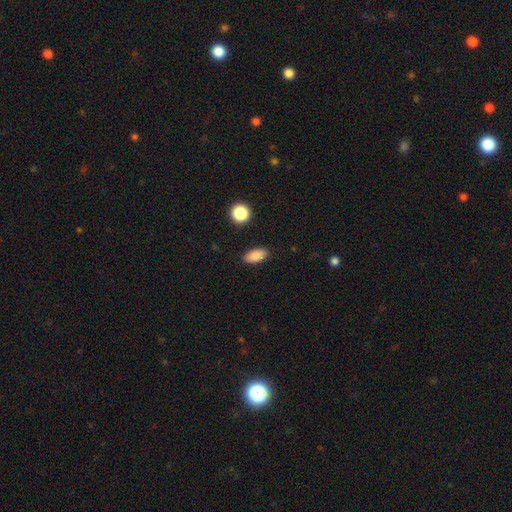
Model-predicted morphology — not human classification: Smooth or featured?
  - smooth: 85% *
  - star or artifact: 8%
  - featured or disk: 7%
How rounded?
  - in between: 90% *
  - cigar-shaped: 5%
  - round: 5%
Merging?
  - none: 88% *
  - minor disturbance: 9%
  - major disturbance: 2%
  - merger: 1%